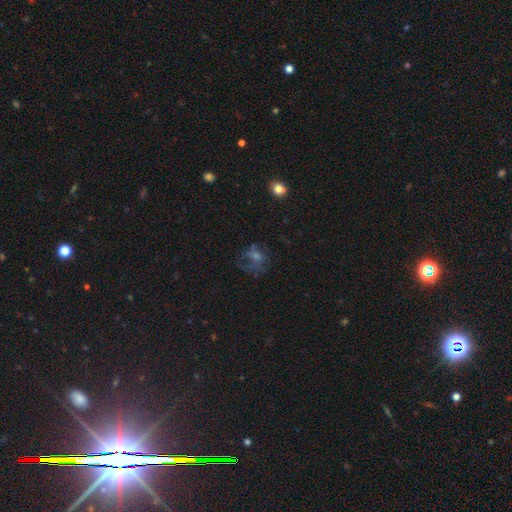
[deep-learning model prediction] smooth-or-featured: featured or disk: 40% | smooth: 32% | star or artifact: 28%
  merging: none: 42% | major disturbance: 36% | minor disturbance: 18% | merger: 4%